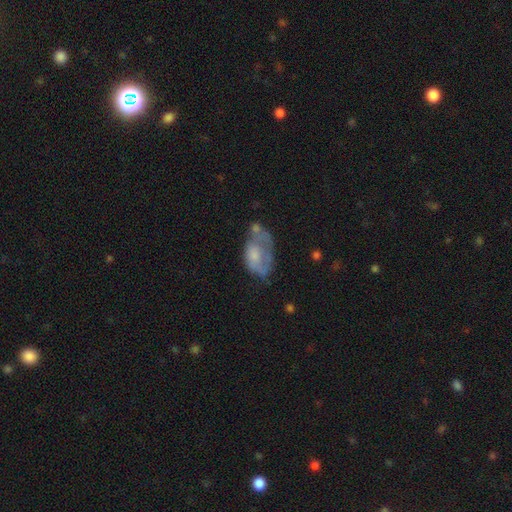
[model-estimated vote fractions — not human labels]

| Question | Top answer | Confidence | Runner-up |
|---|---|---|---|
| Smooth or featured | smooth | 48% | featured or disk (44%) |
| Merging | major disturbance | 30% | none (28%) |